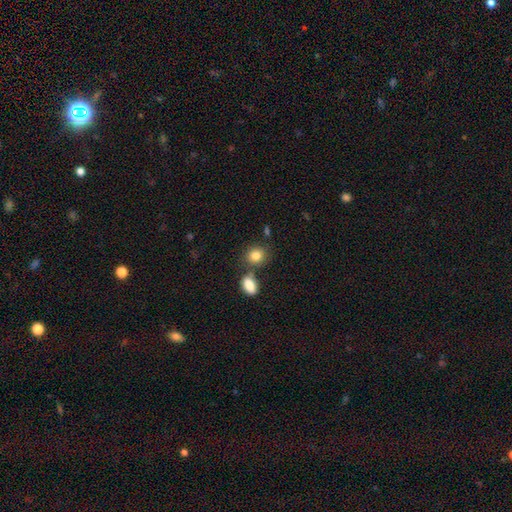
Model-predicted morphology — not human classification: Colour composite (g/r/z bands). It shows a smooth galaxy with no disk features (84%) that is round (61%). Merging: none (63%).